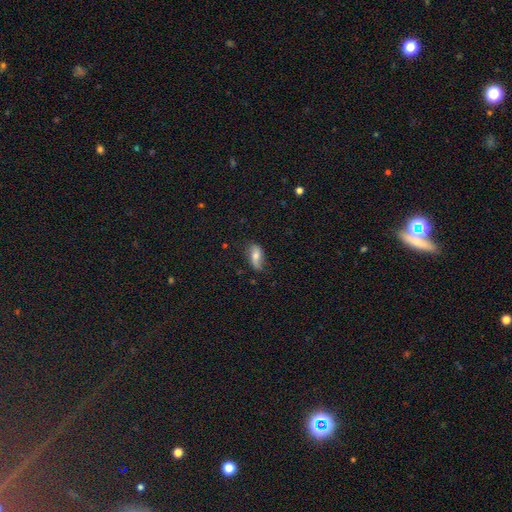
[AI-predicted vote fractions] smooth_or_featured: smooth (p=0.61) [alt: featured or disk p=0.31]
how_rounded: in between (p=0.85) [alt: cigar-shaped p=0.10]
merging: none (p=0.66) [alt: minor disturbance p=0.25]